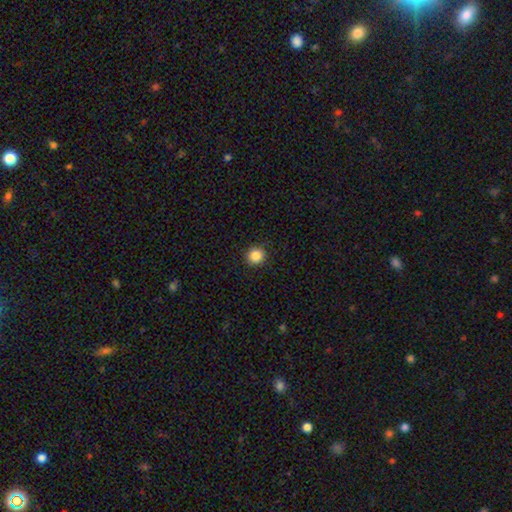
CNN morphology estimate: The model was most divided on "smooth or featured": smooth: 86%, star or artifact: 10%, featured or disk: 4%. More confident: how rounded — round (93%); merging — none (91%).